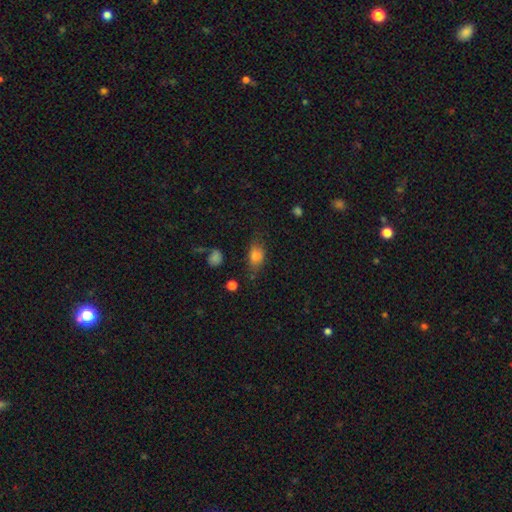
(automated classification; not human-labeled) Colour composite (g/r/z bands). It shows a smooth galaxy with no disk features (80%) that is in between round and cigar-shaped (82%). Merging: none (69%).